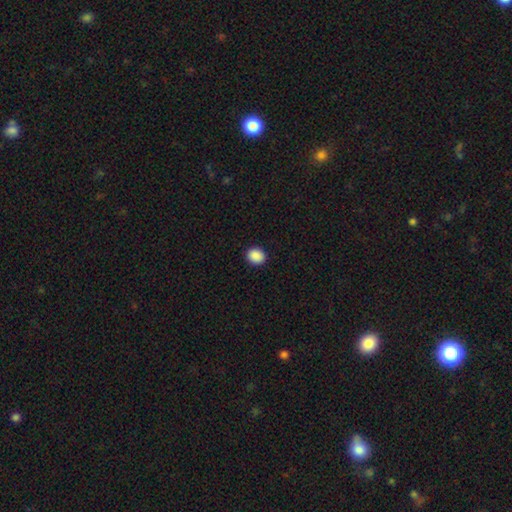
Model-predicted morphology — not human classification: This is clearly a smooth galaxy (89%). How rounded: likely round (68%). Merging: clearly none (92%).